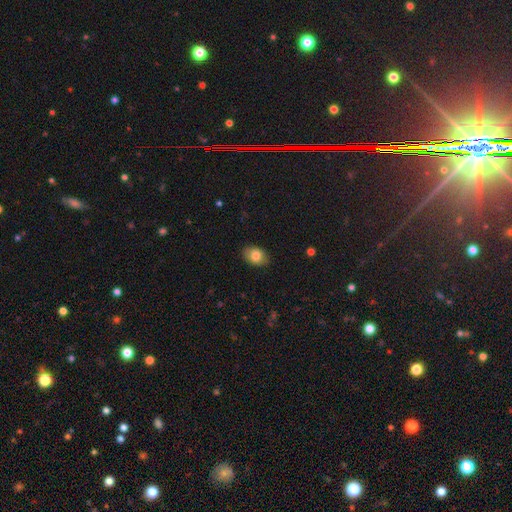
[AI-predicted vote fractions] Smooth or featured?
  - smooth: 82% *
  - featured or disk: 10%
  - star or artifact: 8%
How rounded?
  - in between: 78% *
  - round: 21%
  - cigar-shaped: 1%
Merging?
  - none: 86% *
  - minor disturbance: 11%
  - major disturbance: 2%
  - merger: 1%